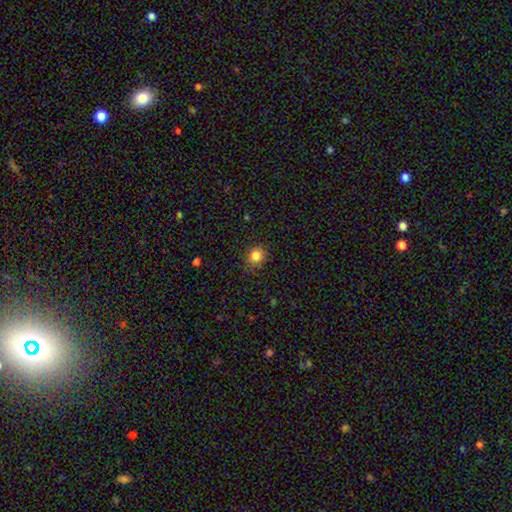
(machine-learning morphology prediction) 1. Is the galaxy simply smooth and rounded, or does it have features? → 83% smooth, 12% star or artifact, 5% featured or disk.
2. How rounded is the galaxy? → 78% round, 21% in between, 1% cigar-shaped.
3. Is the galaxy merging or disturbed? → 82% none, 13% minor disturbance, 3% major disturbance, 1% merger.